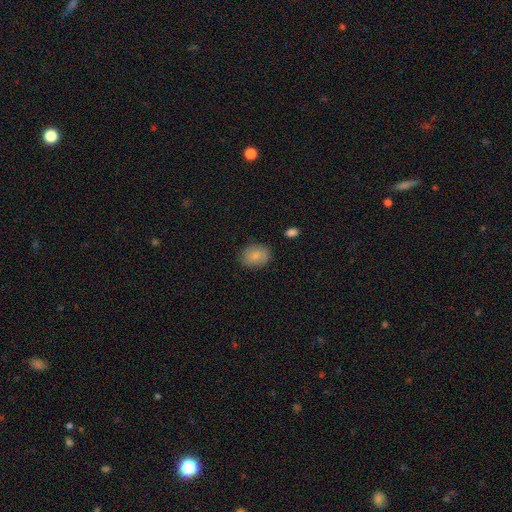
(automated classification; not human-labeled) A smooth galaxy with no disk features (82%) that is in between round and cigar-shaped (57%). Merging: none (79%).